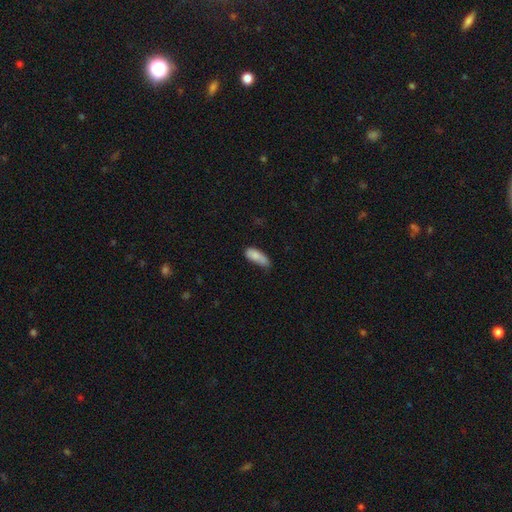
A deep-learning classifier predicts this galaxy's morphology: This appears to be a smooth galaxy with no disk features (83%) that is in between round and cigar-shaped (77%). Merging: minor disturbance (42%).